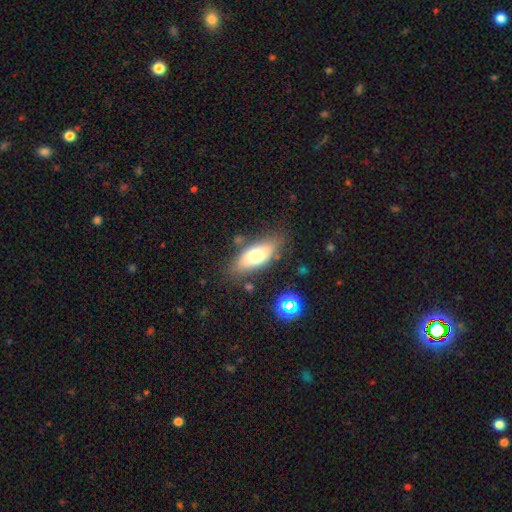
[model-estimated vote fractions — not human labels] Q: Smooth or featured?
A: smooth (69%); runner-up: featured or disk (23%)
Q: How rounded?
A: in between (77%); runner-up: cigar-shaped (20%)
Q: Merging?
A: none (78%); runner-up: minor disturbance (14%)